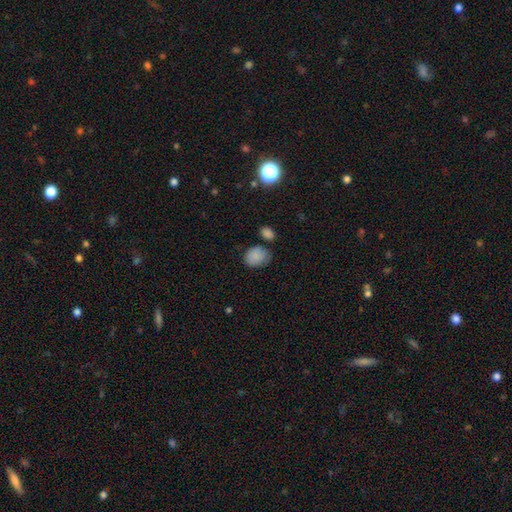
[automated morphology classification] Q: Smooth or featured?
A: smooth (84%); runner-up: star or artifact (9%)
Q: How rounded?
A: in between (57%); runner-up: round (42%)
Q: Merging?
A: none (61%); runner-up: minor disturbance (25%)